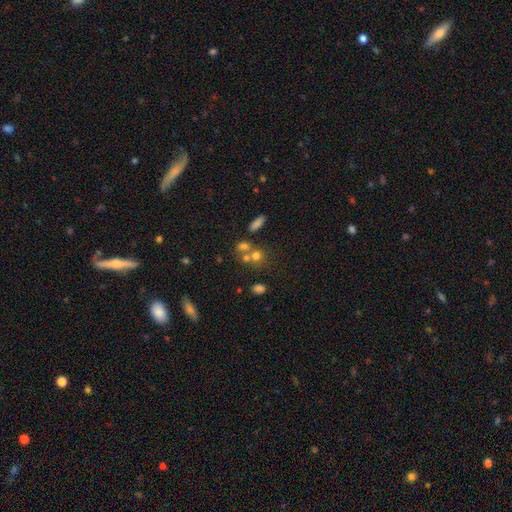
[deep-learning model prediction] Smooth or featured: smooth — 66% (featured or disk — 17%)
How rounded: round — 70% (in between — 28%)
Merging: merger — 42% (tied with none — 42%)